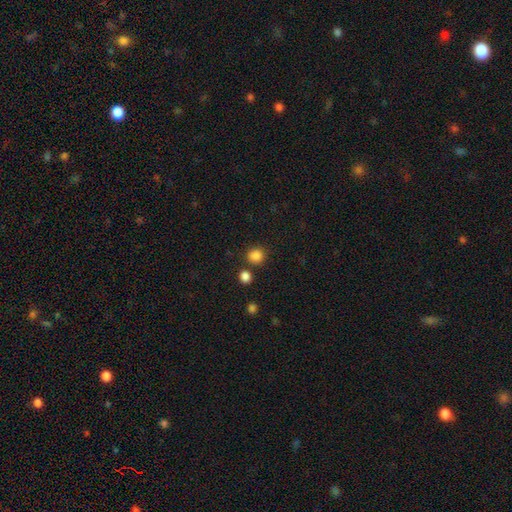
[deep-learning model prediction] The model was most divided on "merging": none: 81%, merger: 8%, minor disturbance: 8%, major disturbance: 3%. More confident: how rounded — round (86%); smooth or featured — smooth (85%).